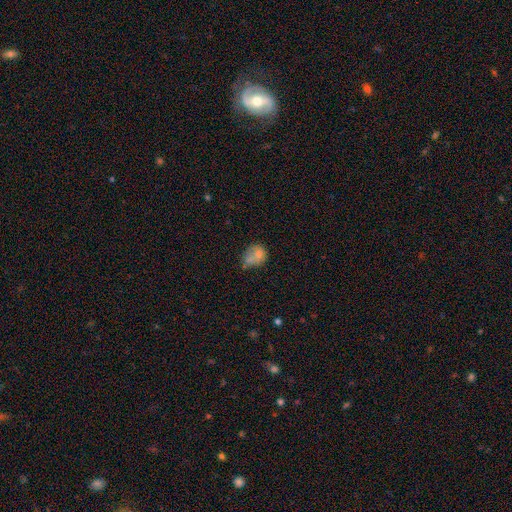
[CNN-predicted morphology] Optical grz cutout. It shows a smooth galaxy with no disk features (68%) that is round (53%). Merging: none (34%).